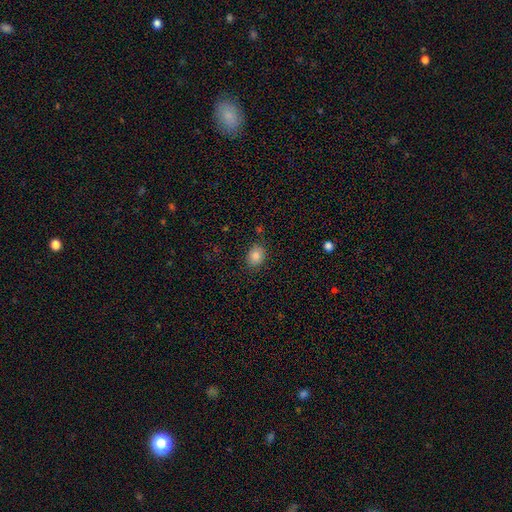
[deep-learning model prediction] Smooth or featured?
  - smooth: 85% *
  - star or artifact: 10%
  - featured or disk: 5%
How rounded?
  - in between: 51% *
  - round: 48%
  - cigar-shaped: 1%
Merging?
  - none: 83% *
  - minor disturbance: 12%
  - major disturbance: 3%
  - merger: 2%